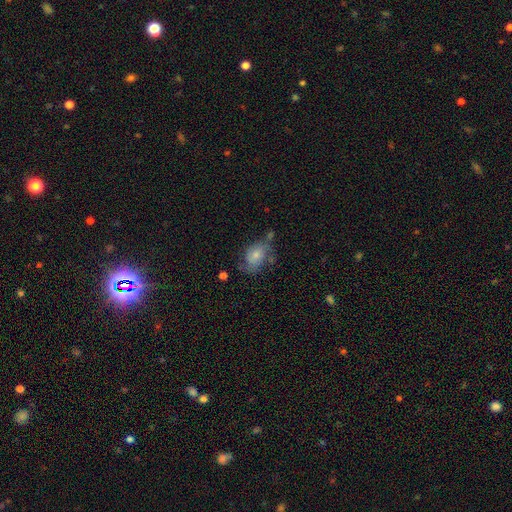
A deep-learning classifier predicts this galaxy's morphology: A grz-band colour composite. It shows a smooth galaxy with no disk features (49%). Merging: none (45%).